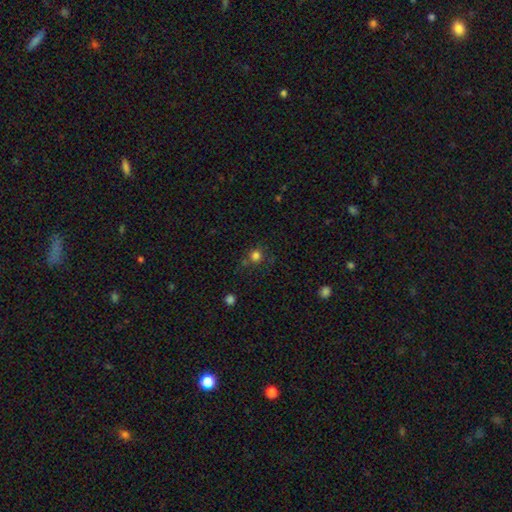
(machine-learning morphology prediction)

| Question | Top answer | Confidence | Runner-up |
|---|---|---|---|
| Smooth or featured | smooth | 78% | star or artifact (16%) |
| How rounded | round | 92% | in between (7%) |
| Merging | none | 71% | minor disturbance (13%) |